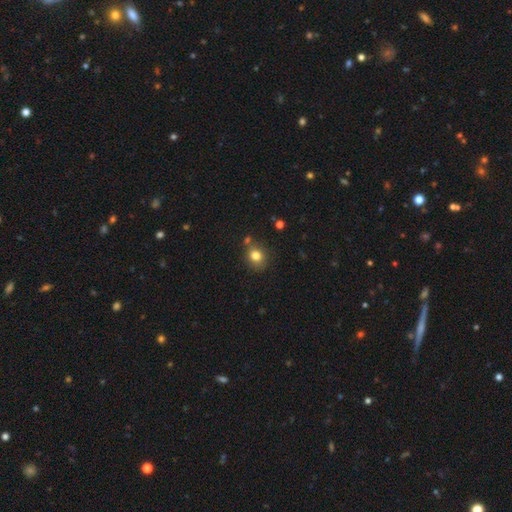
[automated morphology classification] smooth-or-featured: smooth: 80% | star or artifact: 12% | featured or disk: 8%
  how-rounded: round: 72% | in between: 28% | cigar-shaped: 1%
  merging: none: 74% | minor disturbance: 13% | merger: 9% | major disturbance: 3%